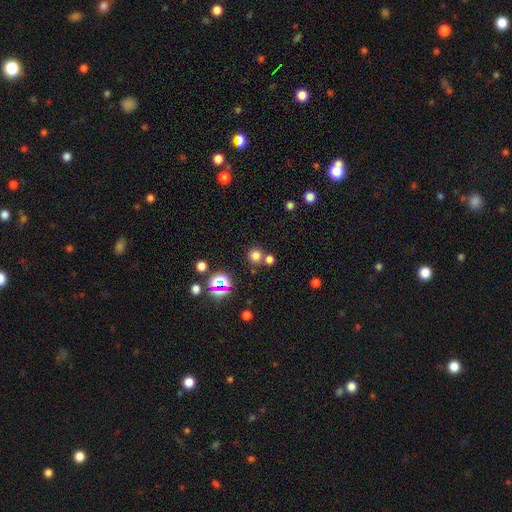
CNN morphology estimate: Smooth or featured? smooth (71%)
How rounded? round (92%)
Merging? none (67%)